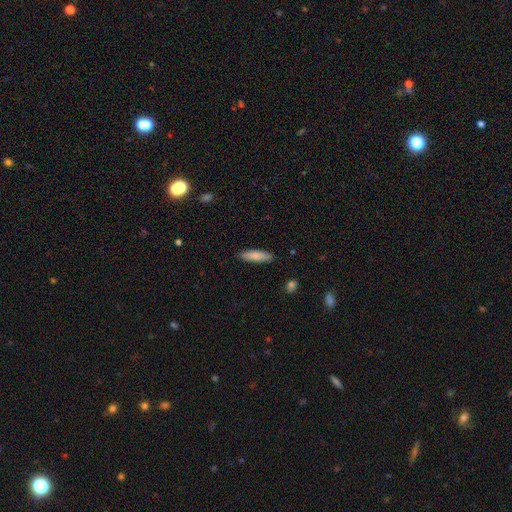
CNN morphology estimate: Smooth or featured: smooth — 81% (featured or disk — 13%)
How rounded: cigar-shaped — 73% (in between — 25%)
Merging: none — 89% (minor disturbance — 9%)